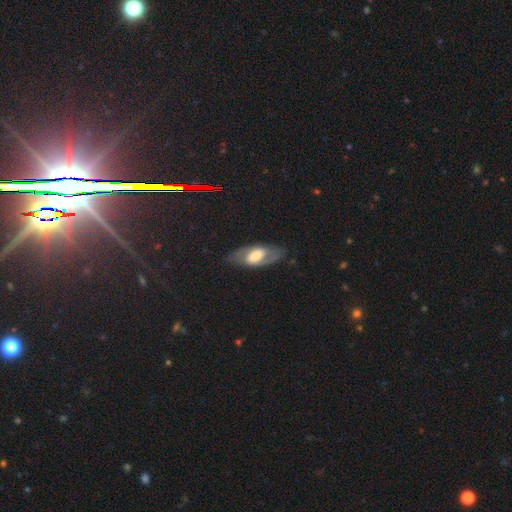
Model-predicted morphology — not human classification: This is likely a featured or disk galaxy (61%). It is clearly not viewed edge-on (85%). Bar: marginally weak (40%). Spiral arm pattern: possibly yes (58%). Central bulge: possibly moderate (47%). Merging: likely none (77%).